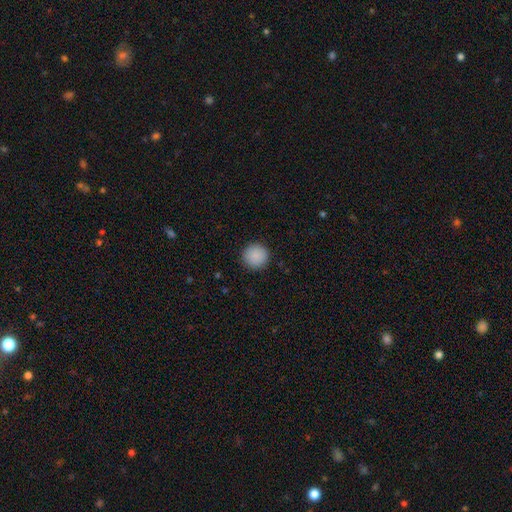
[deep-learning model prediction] Smooth or featured: smooth — 89% (star or artifact — 8%)
How rounded: round — 95% (in between — 4%)
Merging: none — 92% (minor disturbance — 5%)